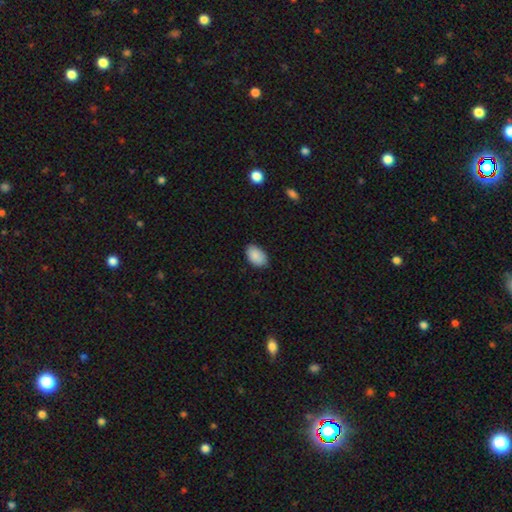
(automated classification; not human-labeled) This appears to be a smooth galaxy with no disk features (89%) that is in between round and cigar-shaped (92%). Merging: none (84%).